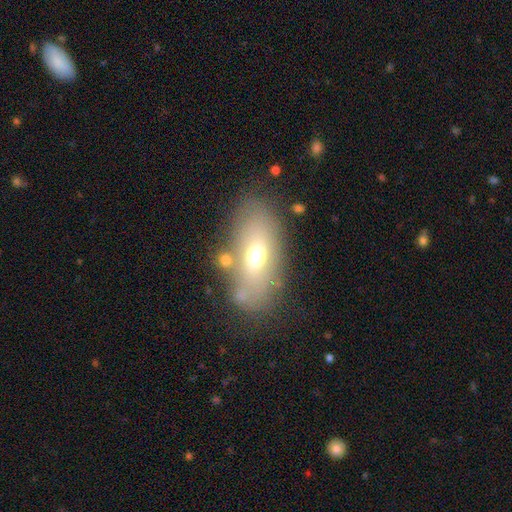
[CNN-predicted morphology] Smooth or featured? smooth (59%)
How rounded? in between (86%)
Merging? none (72%)